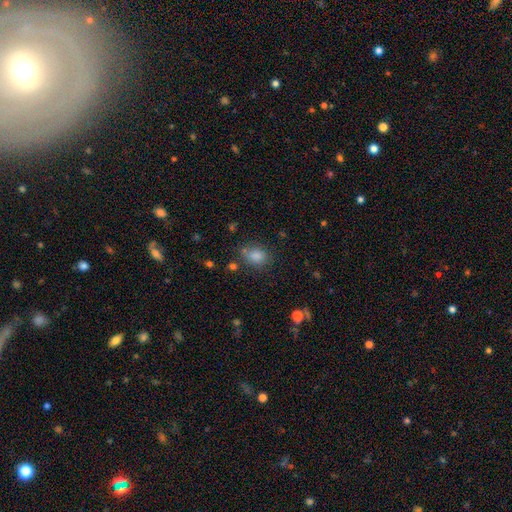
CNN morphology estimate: Smooth or featured: smooth — 77% (star or artifact — 16%)
How rounded: in between — 51% (round — 48%)
Merging: none — 71% (minor disturbance — 16%)